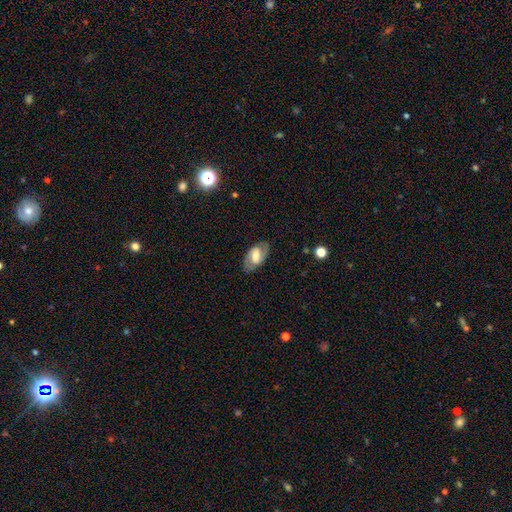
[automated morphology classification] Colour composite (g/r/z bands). It shows a featured or disk galaxy (63%) with a weak bar (45%), spiral arms (76%) and a moderate central bulge (50%). Merging: none (82%).